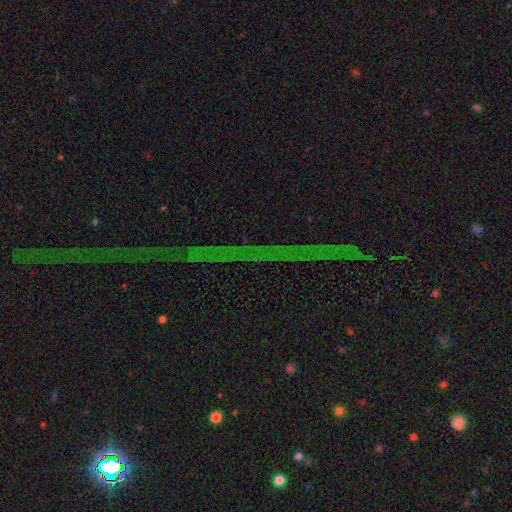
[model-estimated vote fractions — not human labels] Smooth or featured? star or artifact (82%)